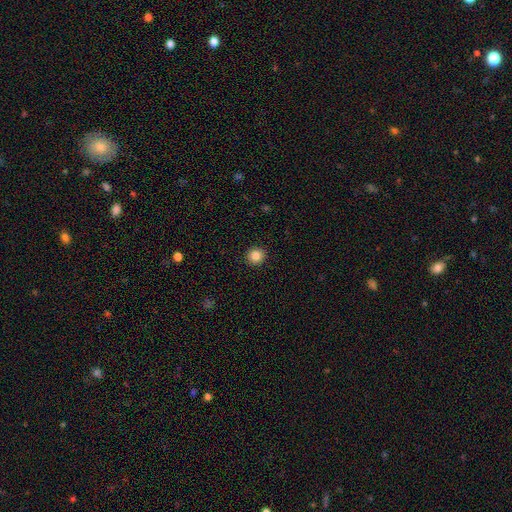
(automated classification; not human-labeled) A smooth galaxy with no disk features (86%) that is round (93%). Merging: none (92%).